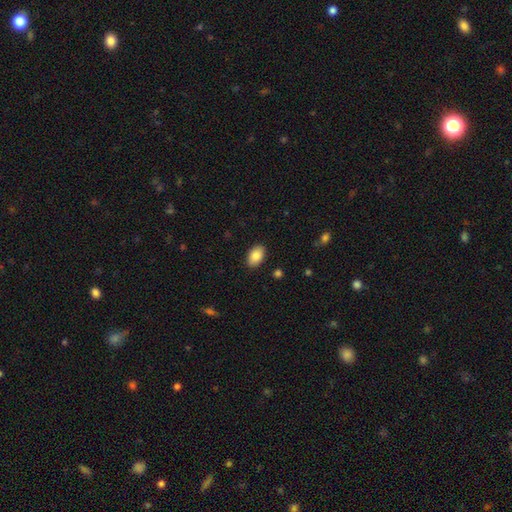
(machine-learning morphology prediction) A smooth galaxy with no disk features (86%) that is in between round and cigar-shaped (92%).

Vote fractions:
- Smooth or featured? smooth: 86% / star or artifact: 7% / featured or disk: 7%
- How rounded? in between: 92% / round: 7% / cigar-shaped: 1%
- Merging? none: 89% / minor disturbance: 8% / major disturbance: 2% / merger: 1%